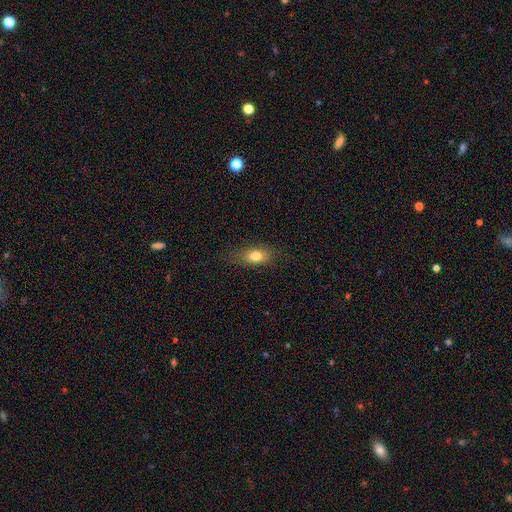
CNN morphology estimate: A smooth galaxy with no disk features (77%) that is in between round and cigar-shaped (81%). Merging: none (76%).